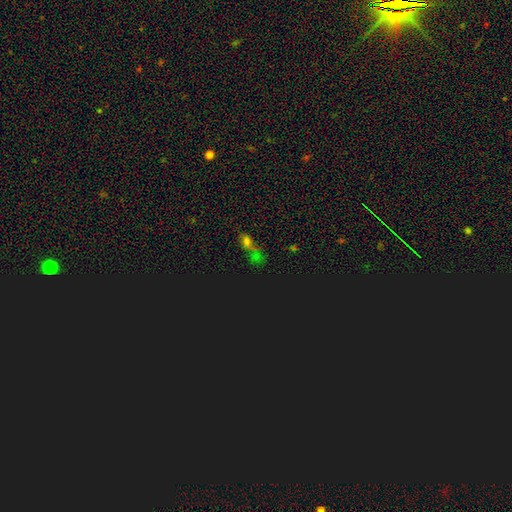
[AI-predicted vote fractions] star or artifact 54%, smooth 30%, featured or disk 16%.